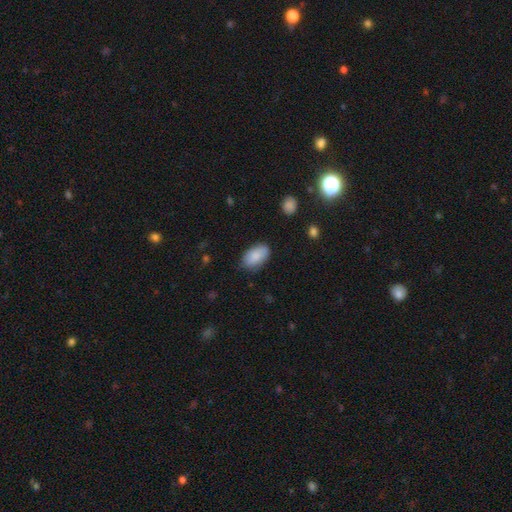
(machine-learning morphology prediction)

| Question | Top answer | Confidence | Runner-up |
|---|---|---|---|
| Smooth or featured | smooth | 88% | star or artifact (6%) |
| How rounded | in between | 94% | round (5%) |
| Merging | none | 78% | minor disturbance (17%) |